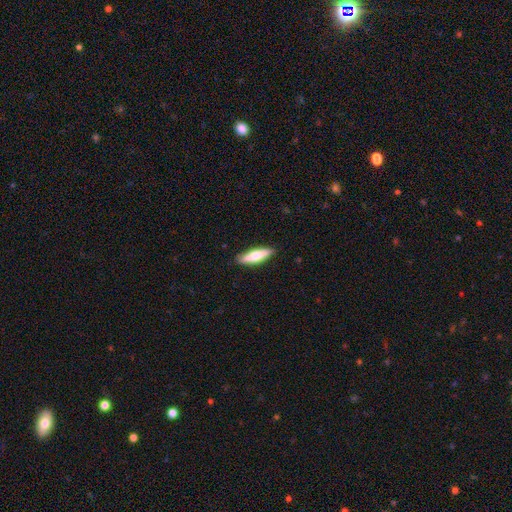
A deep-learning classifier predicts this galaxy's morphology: Smooth or featured: smooth — 59% (featured or disk — 35%)
How rounded: cigar-shaped — 61% (in between — 37%)
Merging: none — 87% (minor disturbance — 10%)